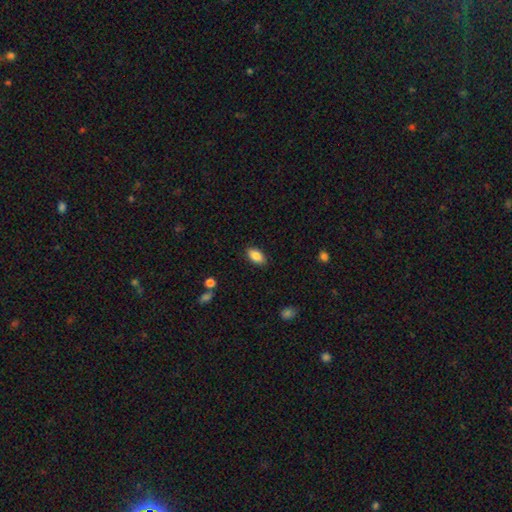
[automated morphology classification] Smooth or featured: smooth — 86% (star or artifact — 7%)
How rounded: in between — 91% (round — 4%)
Merging: none — 87% (minor disturbance — 10%)